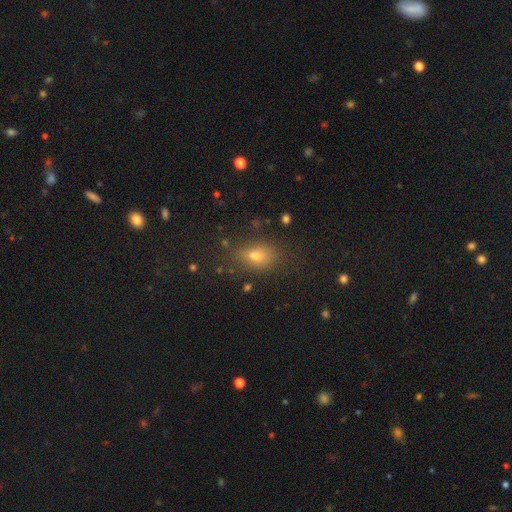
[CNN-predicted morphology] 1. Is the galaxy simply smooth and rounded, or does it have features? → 70% smooth, 19% star or artifact, 11% featured or disk.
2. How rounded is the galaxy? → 76% in between, 19% round, 5% cigar-shaped.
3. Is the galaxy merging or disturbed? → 76% none, 15% minor disturbance, 6% major disturbance, 3% merger.